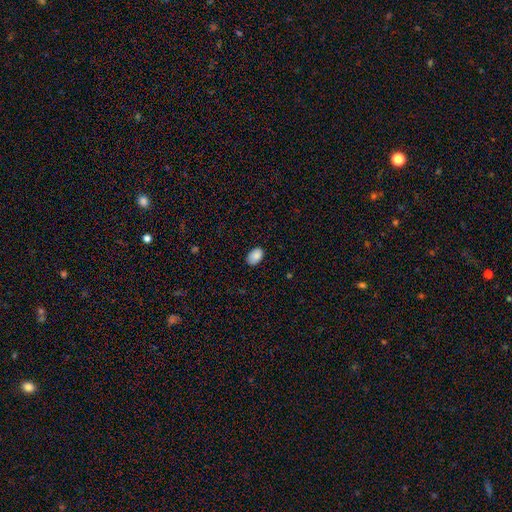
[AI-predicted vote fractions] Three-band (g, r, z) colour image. It shows a smooth galaxy with no disk features (88%) that is in between round and cigar-shaped (90%). Merging: none (82%).